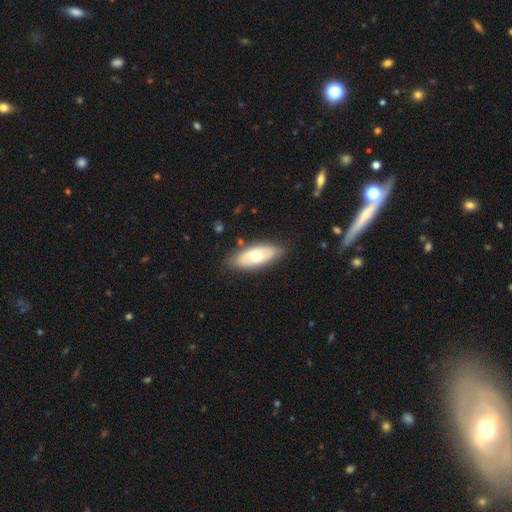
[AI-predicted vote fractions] Smooth or featured? smooth (60%)
How rounded? in between (83%)
Merging? none (82%)